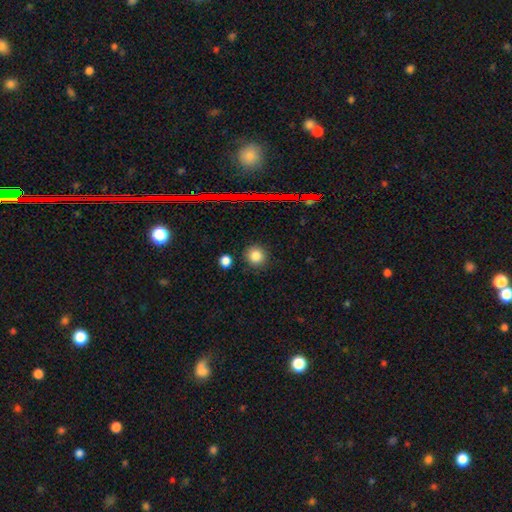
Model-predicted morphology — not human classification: A smooth galaxy with no disk features (83%) that is round (90%).

Vote fractions:
- Smooth or featured? smooth: 83% / star or artifact: 13% / featured or disk: 5%
- How rounded? round: 90% / in between: 9% / cigar-shaped: 1%
- Merging? none: 87% / minor disturbance: 8% / merger: 3% / major disturbance: 2%